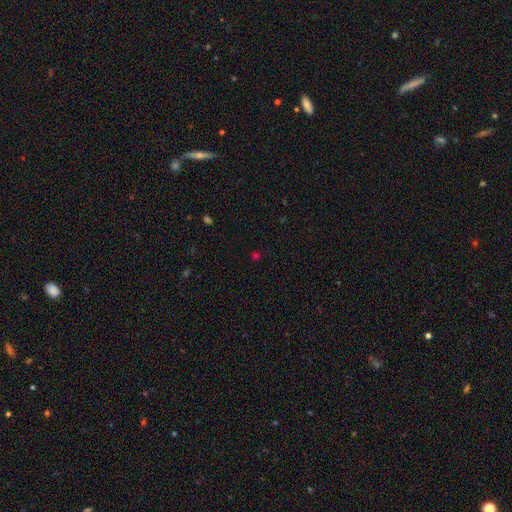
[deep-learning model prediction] Q: Smooth or featured?
A: star or artifact (49%); runner-up: smooth (45%)